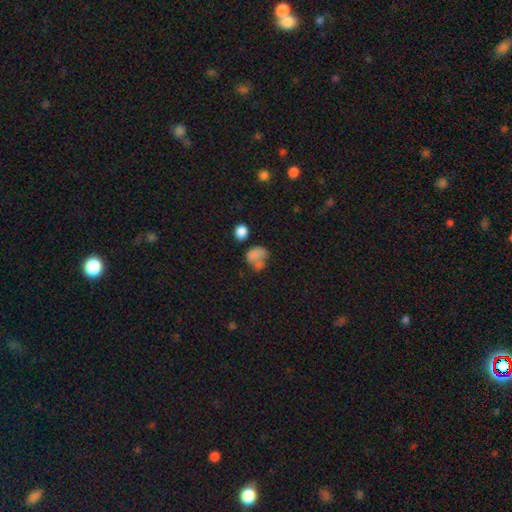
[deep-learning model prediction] Smooth or featured?
  - smooth: 73% *
  - featured or disk: 14%
  - star or artifact: 13%
How rounded?
  - in between: 55% *
  - round: 43%
  - cigar-shaped: 1%
Merging?
  - none: 36% *
  - merger: 28%
  - minor disturbance: 20%
  - major disturbance: 16%